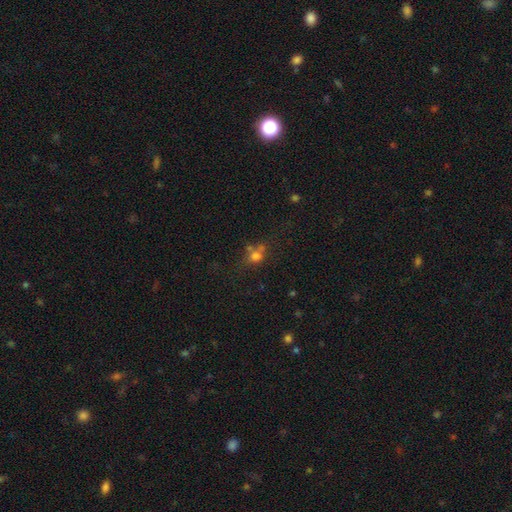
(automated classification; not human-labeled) Smooth or featured? smooth (67%)
How rounded? round (60%)
Merging? none (49%)